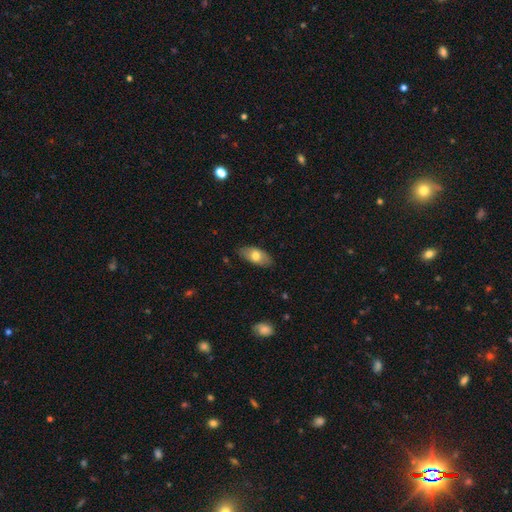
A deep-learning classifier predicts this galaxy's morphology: smooth 69%, featured or disk 24%, star or artifact 6%. Down the decision tree: how rounded — in between (91%); merging — none (83%).